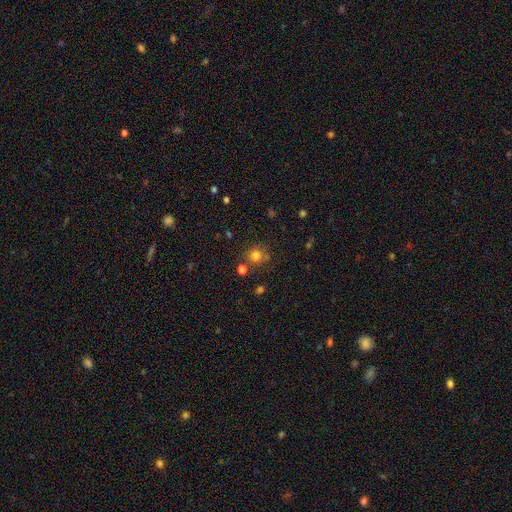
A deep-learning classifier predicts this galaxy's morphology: A smooth galaxy with no disk features (77%) that is round (89%).

Vote fractions:
- Smooth or featured? smooth: 77% / star or artifact: 16% / featured or disk: 7%
- How rounded? round: 89% / in between: 10% / cigar-shaped: 1%
- Merging? none: 74% / merger: 12% / minor disturbance: 11% / major disturbance: 4%